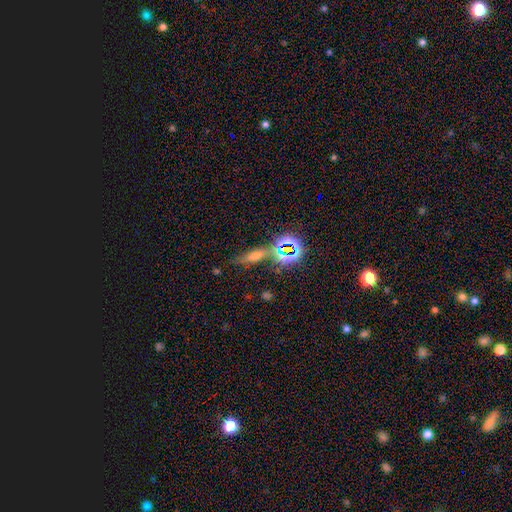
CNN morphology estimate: Overall: smooth (43%; star or artifact 36%). Merging: none (66%).